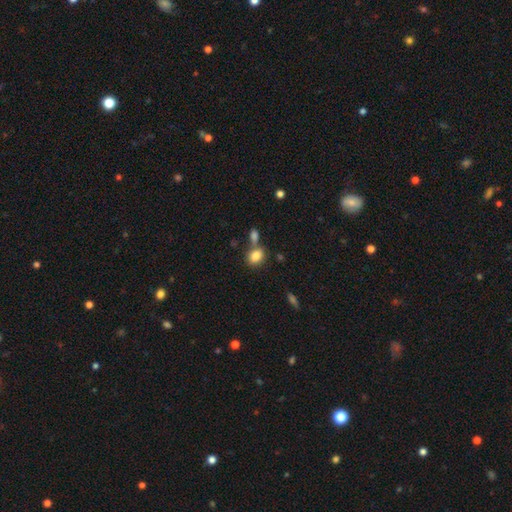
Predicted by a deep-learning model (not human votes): The model was most divided on "merging": none: 52%, merger: 32%, minor disturbance: 12%, major disturbance: 4%. More confident: smooth or featured — smooth (84%); how rounded — in between (73%).